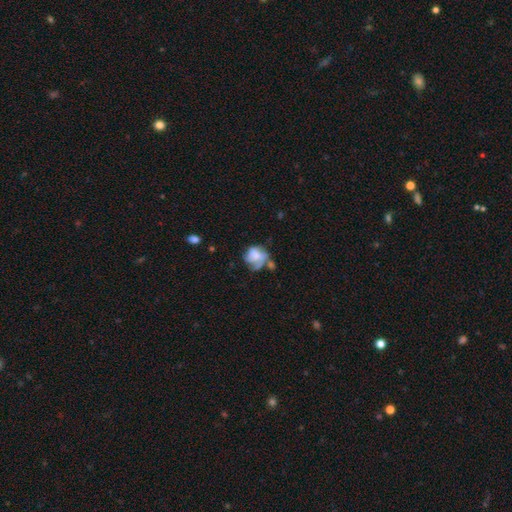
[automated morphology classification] featured or disk 47%, smooth 44%, star or artifact 9%. Down the decision tree: merging — none (35%).